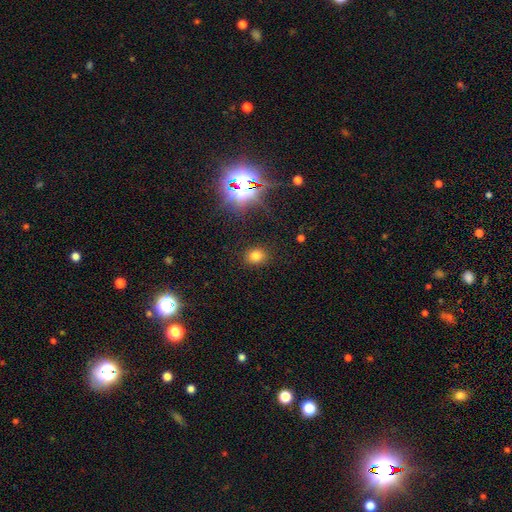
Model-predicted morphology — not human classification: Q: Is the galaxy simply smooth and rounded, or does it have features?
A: smooth — 74%.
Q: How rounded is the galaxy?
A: round — 59%.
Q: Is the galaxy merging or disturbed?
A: none — 88%.